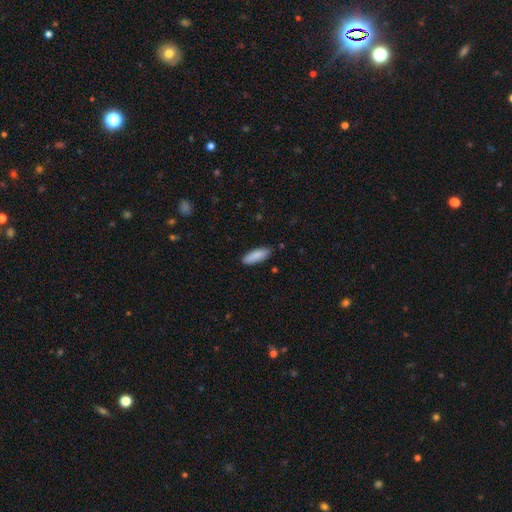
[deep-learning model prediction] A smooth galaxy with no disk features (88%) that is in between round and cigar-shaped (59%).

Vote fractions:
- Smooth or featured? smooth: 88% / featured or disk: 7% / star or artifact: 6%
- How rounded? in between: 59% / cigar-shaped: 39% / round: 2%
- Merging? none: 86% / minor disturbance: 10% / major disturbance: 2% / merger: 1%